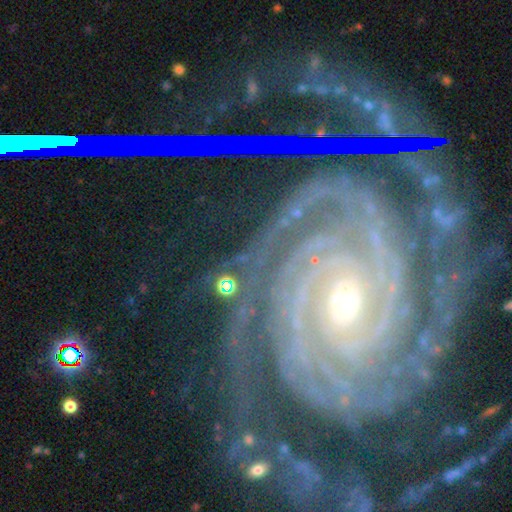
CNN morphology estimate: type=featured or disk (89%); edge-on=no (97%); bar=no (53%); spiral arms=yes (99%); winding=tight (83%); arm count=2 (32%); bulge=small (67%); merging=none (70%).